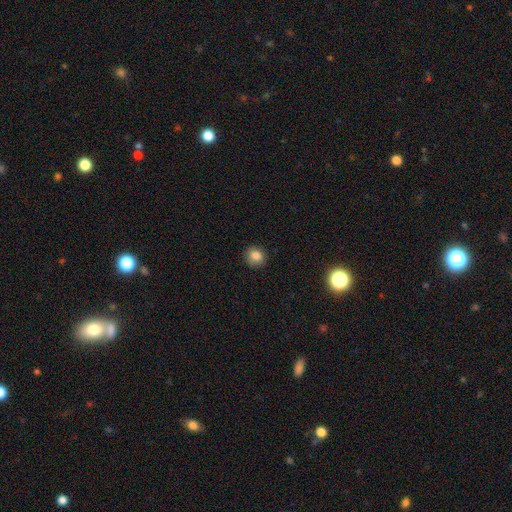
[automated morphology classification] Smooth or featured: smooth — 84% (star or artifact — 11%)
How rounded: round — 82% (in between — 17%)
Merging: none — 89% (minor disturbance — 8%)